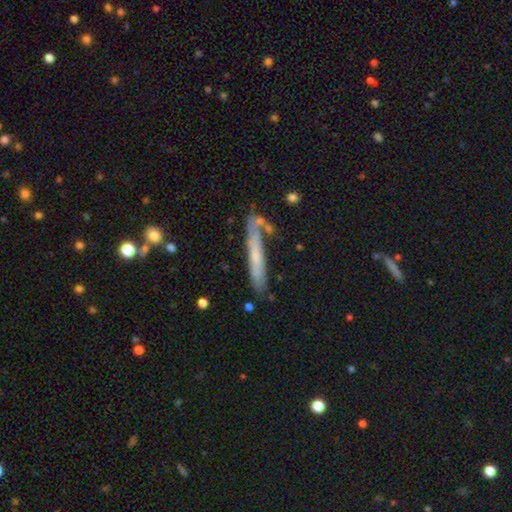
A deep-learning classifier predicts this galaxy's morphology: Smooth or featured? smooth (52%)
How rounded? cigar-shaped (93%)
Merging? none (64%)